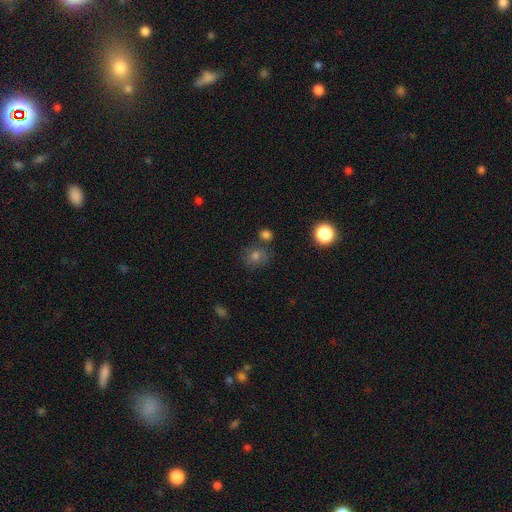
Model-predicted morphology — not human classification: type=smooth (69%); roundness=round (81%); merging=none (72%).